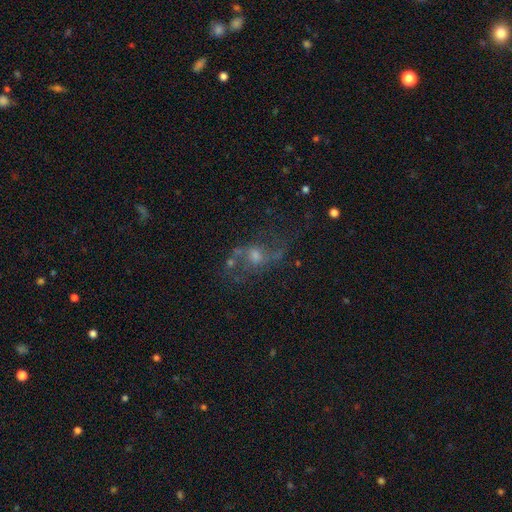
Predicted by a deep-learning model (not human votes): Smooth or featured: featured or disk — 68% (smooth — 16%)
Edge-on disk: no — 94% (yes — 6%)
Bar: no — 62% (weak — 31%)
Spiral arms: yes — 81% (no — 19%)
Spiral winding: loose — 71% (medium — 24%)
Spiral arm count: 2 — 85% (can't tell — 7%)
Bulge size: moderate — 49% (small — 36%)
Merging: none — 59% (major disturbance — 17%)